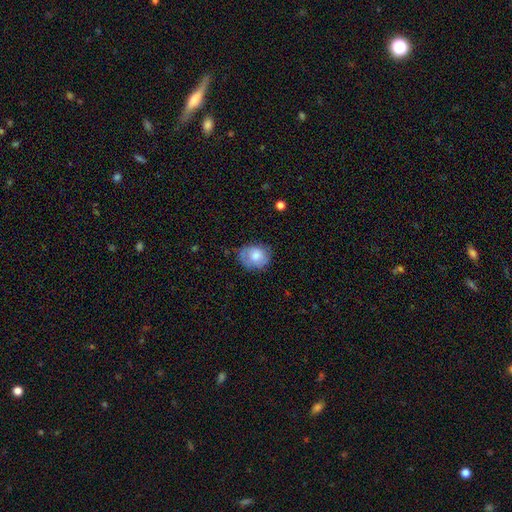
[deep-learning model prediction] Q: Smooth or featured?
A: smooth (70%); runner-up: featured or disk (23%)
Q: How rounded?
A: round (53%); runner-up: in between (46%)
Q: Merging?
A: none (63%); runner-up: minor disturbance (27%)